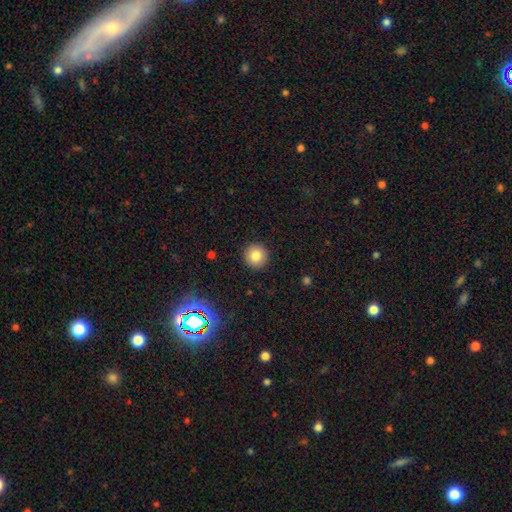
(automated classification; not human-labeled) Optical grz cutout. It shows a smooth galaxy with no disk features (81%) that is round (95%). Merging: none (92%).